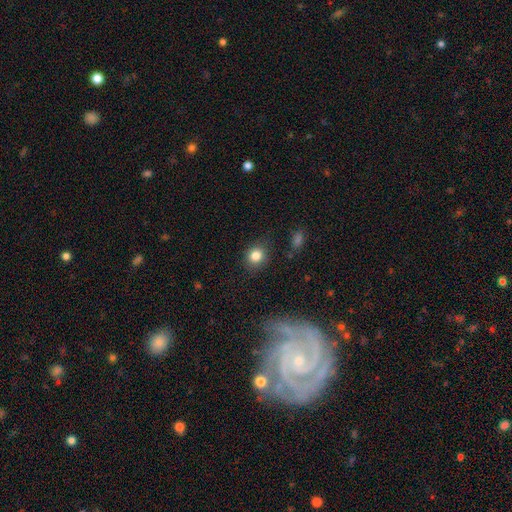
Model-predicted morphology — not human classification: smooth 83%, star or artifact 11%, featured or disk 7%. Down the decision tree: how rounded — round (71%); merging — none (81%).